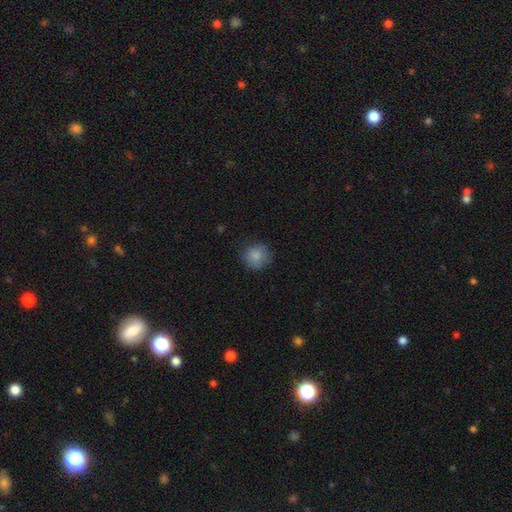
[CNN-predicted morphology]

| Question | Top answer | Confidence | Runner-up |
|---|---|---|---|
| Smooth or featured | smooth | 86% | star or artifact (9%) |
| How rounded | round | 90% | in between (9%) |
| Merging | none | 82% | minor disturbance (13%) |